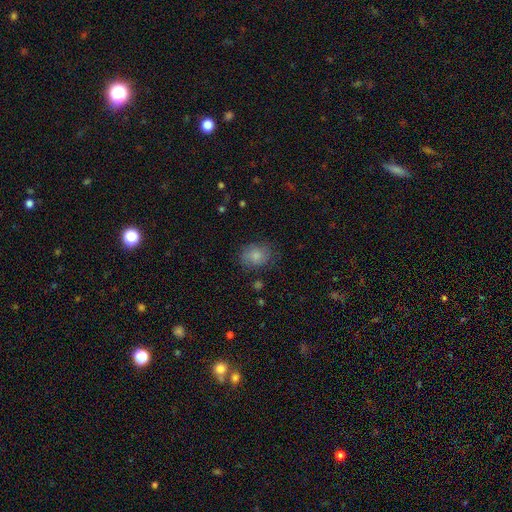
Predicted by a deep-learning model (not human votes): smooth_or_featured: smooth (p=0.81) [alt: featured or disk p=0.11]
how_rounded: in between (p=0.52) [alt: round p=0.47]
merging: none (p=0.73) [alt: minor disturbance p=0.19]